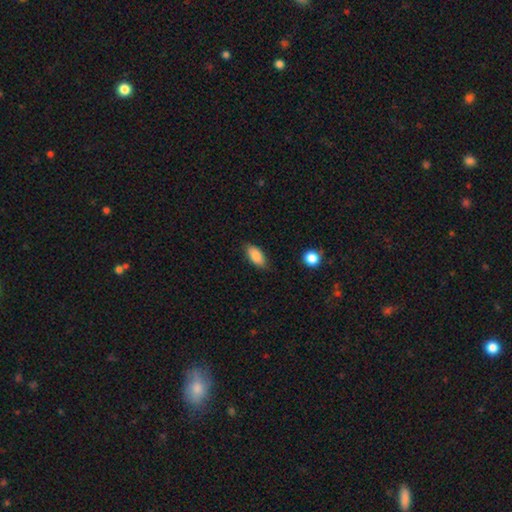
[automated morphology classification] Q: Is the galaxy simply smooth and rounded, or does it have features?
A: smooth — 87%.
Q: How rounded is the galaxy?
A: in between — 90%.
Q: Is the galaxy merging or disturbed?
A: none — 77%.